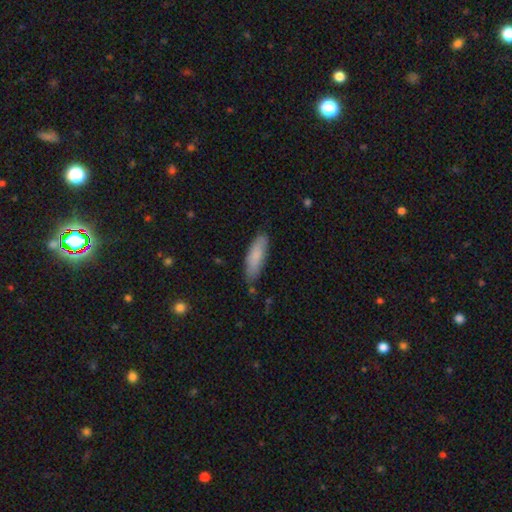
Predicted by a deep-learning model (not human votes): A smooth galaxy with no disk features (82%) that is cigar-shaped (51%). Merging: none (77%).